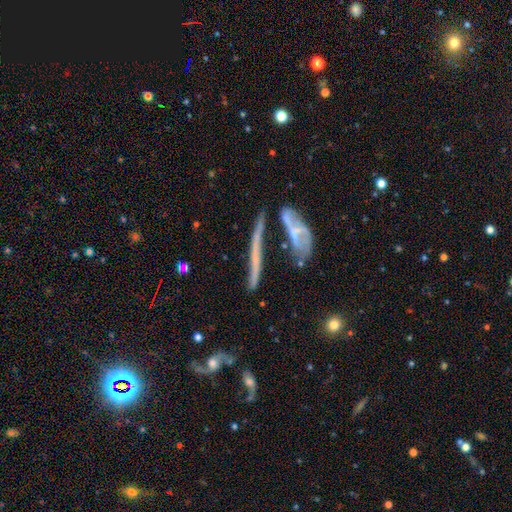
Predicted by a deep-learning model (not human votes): This is possibly a featured or disk galaxy (59%). It is likely viewed edge-on (74%). Merging: possibly none (58%).